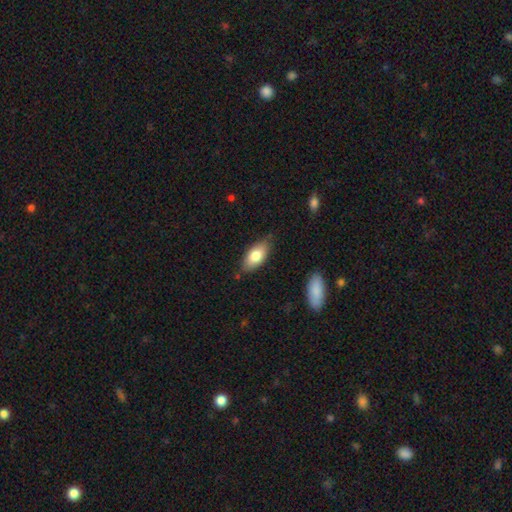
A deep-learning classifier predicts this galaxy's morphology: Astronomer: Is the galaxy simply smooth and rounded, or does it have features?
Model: smooth — 78%.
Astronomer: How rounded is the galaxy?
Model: in between — 88%.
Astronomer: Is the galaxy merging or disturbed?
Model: none — 79%.